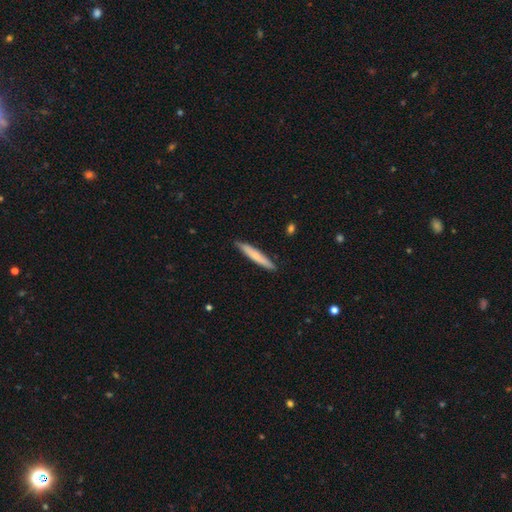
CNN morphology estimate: Smooth or featured? Predicted: smooth (p=0.66). How rounded? Predicted: cigar-shaped (p=0.94). Merging? Predicted: none (p=0.89).